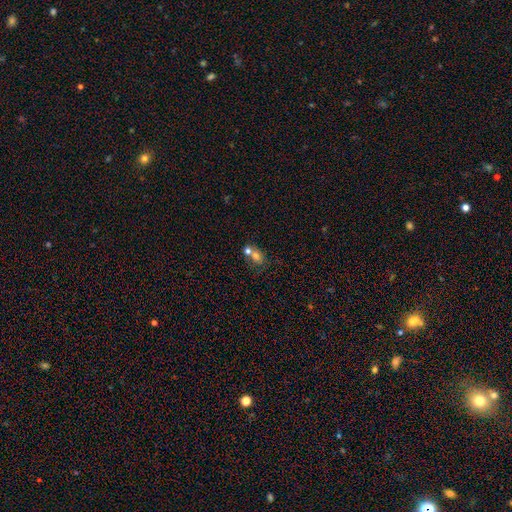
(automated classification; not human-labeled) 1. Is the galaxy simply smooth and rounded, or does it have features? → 69% smooth, 18% featured or disk, 13% star or artifact.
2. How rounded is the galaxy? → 52% round, 47% in between, 1% cigar-shaped.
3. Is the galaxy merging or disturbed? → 62% merger, 27% none, 7% minor disturbance, 4% major disturbance.